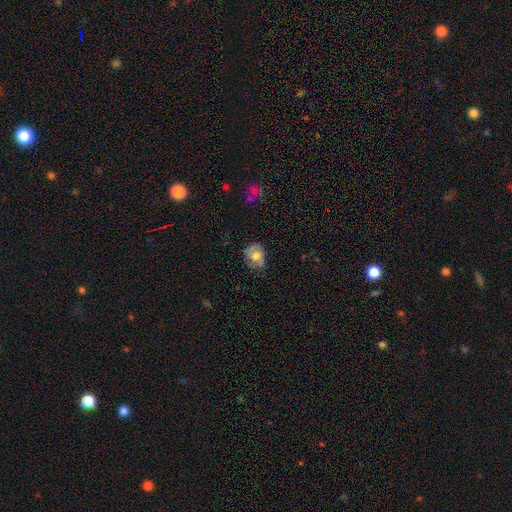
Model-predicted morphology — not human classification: The model was most divided on "how rounded": in between: 53%, round: 45%, cigar-shaped: 1%. More confident: smooth or featured — smooth (68%); merging — none (54%).